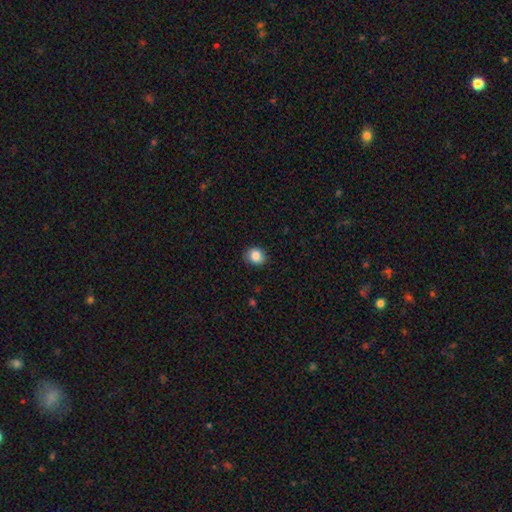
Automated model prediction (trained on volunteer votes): Smooth or featured? Predicted: smooth (p=0.86). How rounded? Predicted: round (p=0.71). Merging? Predicted: none (p=0.86).